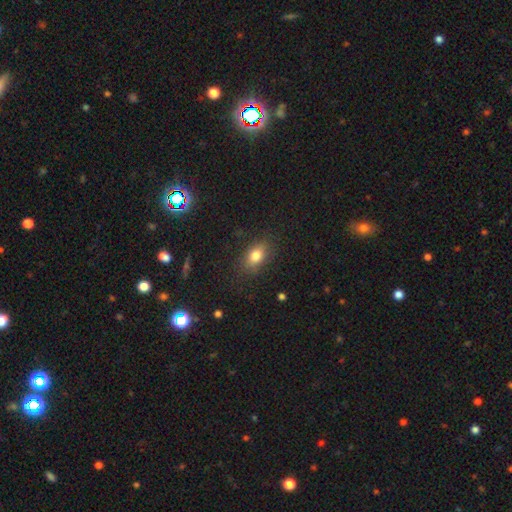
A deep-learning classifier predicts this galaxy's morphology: Q: Smooth or featured?
A: smooth (80%); runner-up: star or artifact (10%)
Q: How rounded?
A: in between (80%); runner-up: round (17%)
Q: Merging?
A: none (82%); runner-up: minor disturbance (13%)